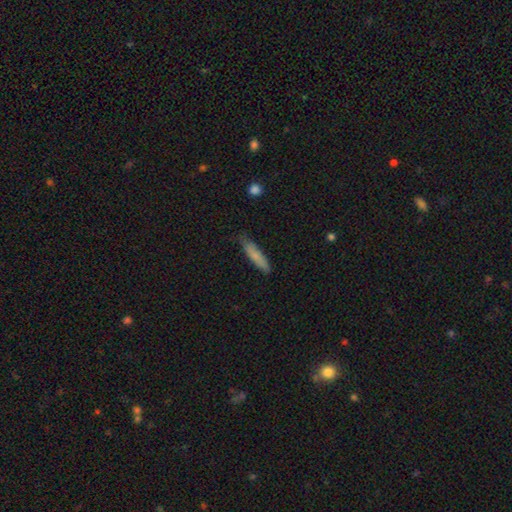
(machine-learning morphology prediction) smooth-or-featured: smooth: 78% | featured or disk: 16% | star or artifact: 6%
  how-rounded: cigar-shaped: 82% | in between: 17% | round: 2%
  merging: none: 73% | minor disturbance: 22% | major disturbance: 3% | merger: 2%